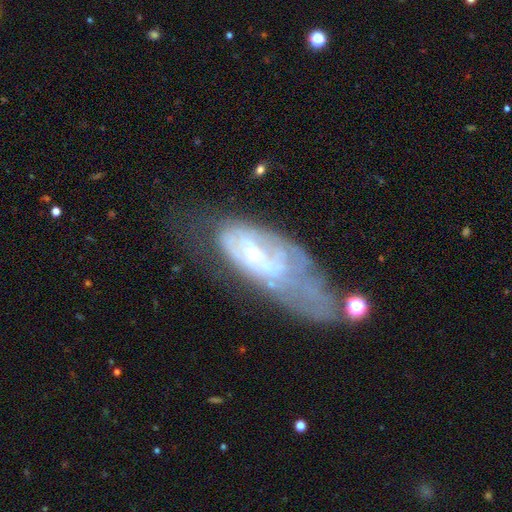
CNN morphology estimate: A featured or disk galaxy (68%) with no bar (70%), spiral arms (50%, tied with no) and a small central bulge (61%). Merging: major disturbance (39%).